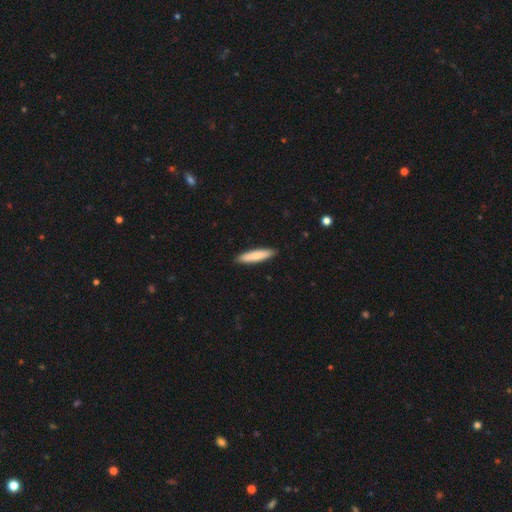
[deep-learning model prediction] Overall: smooth (79%). How rounded: cigar-shaped (84%). Merging: none (90%).